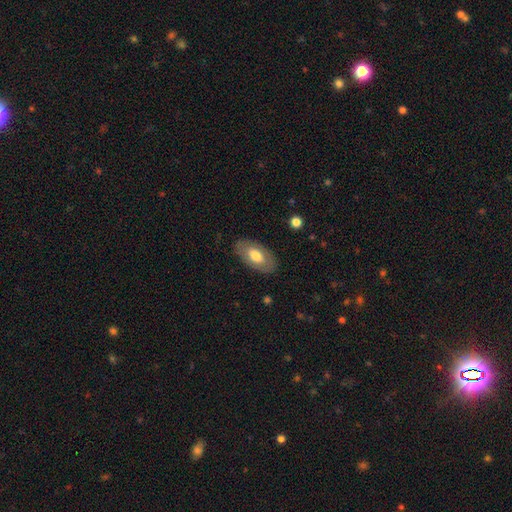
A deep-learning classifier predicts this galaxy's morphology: This appears to be a smooth galaxy with no disk features (64%) that is in between round and cigar-shaped (94%). Merging: none (84%).